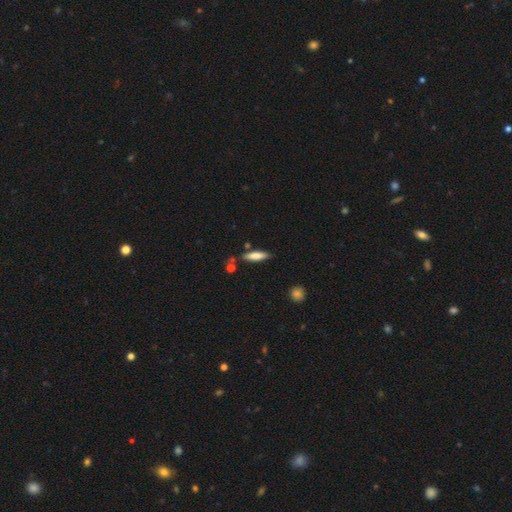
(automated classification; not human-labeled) smooth_or_featured: smooth (p=0.78) [alt: featured or disk p=0.16]
how_rounded: cigar-shaped (p=0.67) [alt: in between p=0.32]
merging: none (p=0.77) [alt: minor disturbance p=0.14]